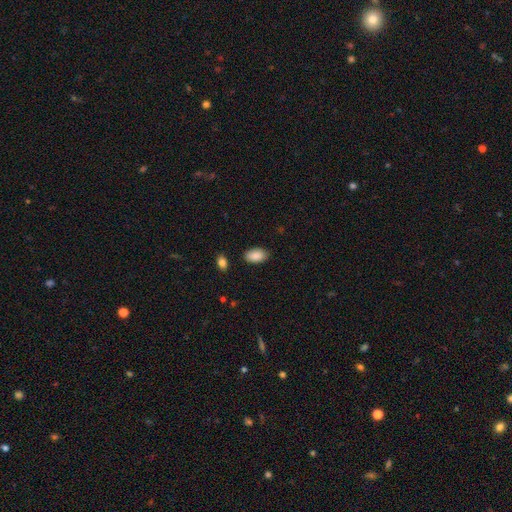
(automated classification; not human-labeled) smooth 89%, star or artifact 6%, featured or disk 4%. Down the decision tree: how rounded — in between (94%); merging — none (86%).